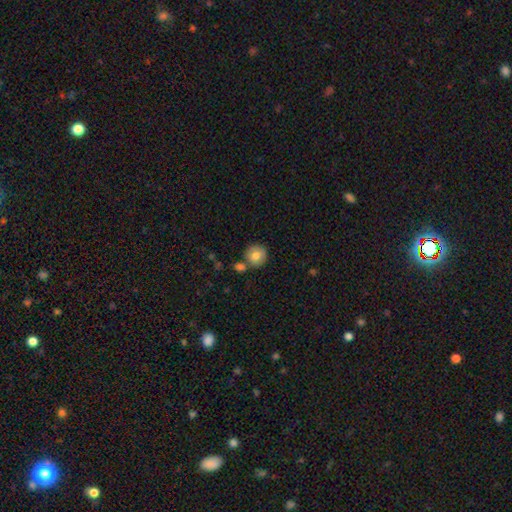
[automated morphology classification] Smooth or featured? Predicted: smooth (p=0.78). How rounded? Predicted: round (p=0.92). Merging? Predicted: none (p=0.73).